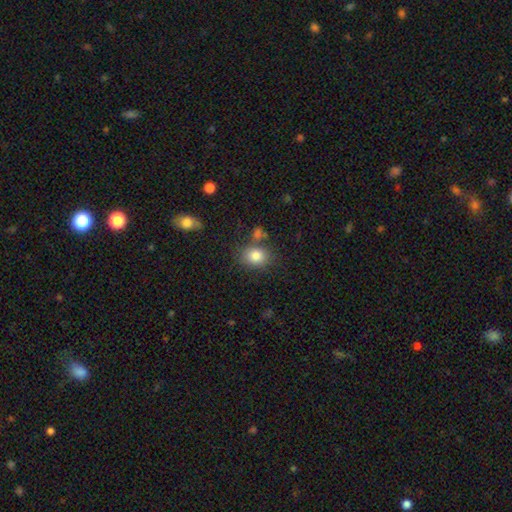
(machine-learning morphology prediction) A smooth galaxy with no disk features (82%) that is round (50%). Merging: none (72%).